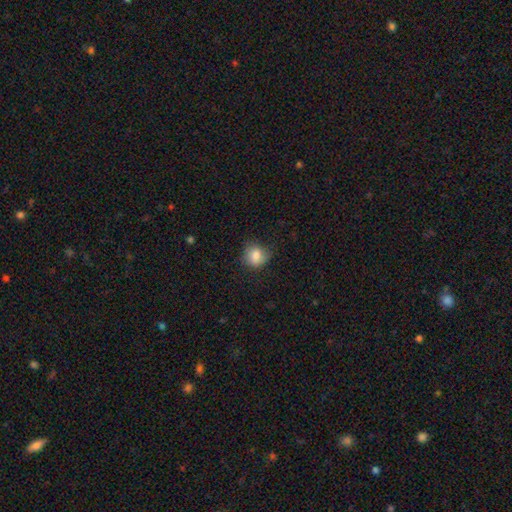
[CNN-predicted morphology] Smooth or featured?
  - smooth: 83% *
  - star or artifact: 9%
  - featured or disk: 8%
How rounded?
  - round: 73% *
  - in between: 26%
  - cigar-shaped: 1%
Merging?
  - none: 72% *
  - minor disturbance: 21%
  - major disturbance: 6%
  - merger: 1%